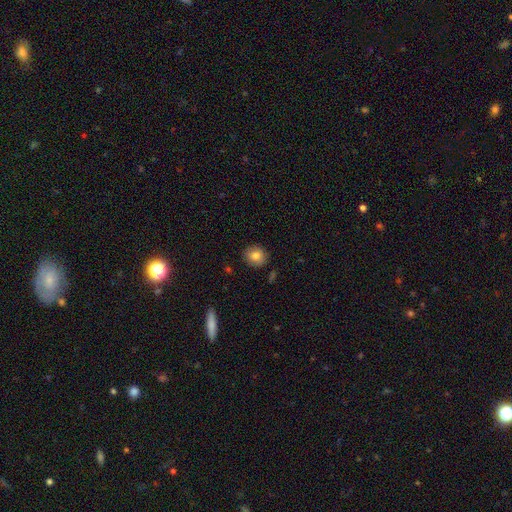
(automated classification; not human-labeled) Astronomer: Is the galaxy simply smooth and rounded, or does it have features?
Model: smooth — 81%.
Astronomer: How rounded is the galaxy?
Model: round — 85%.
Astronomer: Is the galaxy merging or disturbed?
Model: none — 89%.